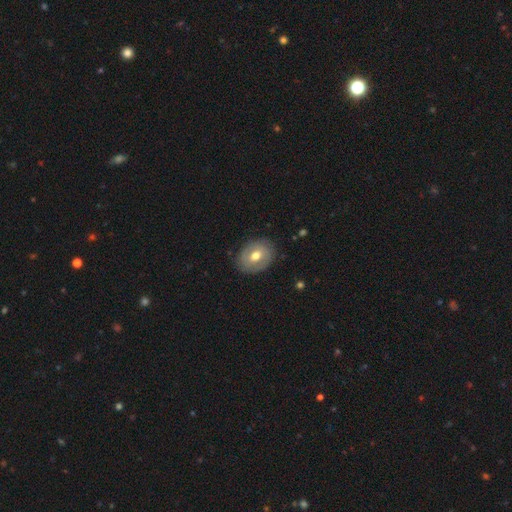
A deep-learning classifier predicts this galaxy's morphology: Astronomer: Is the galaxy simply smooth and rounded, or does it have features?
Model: smooth — 52% (runner-up: featured or disk, 41%).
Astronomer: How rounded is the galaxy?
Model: in between — 60% (runner-up: round, 39%).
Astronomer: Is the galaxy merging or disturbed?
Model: none — 83%.